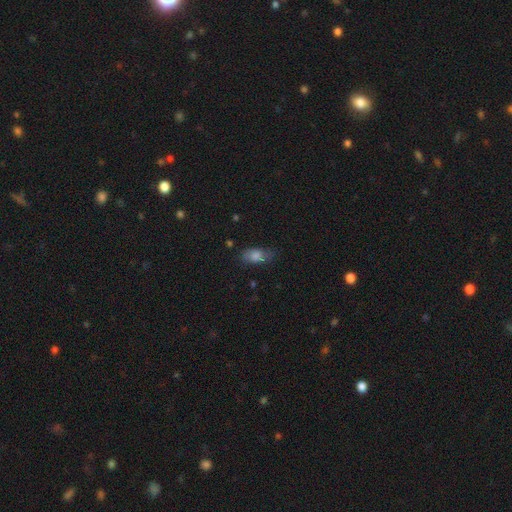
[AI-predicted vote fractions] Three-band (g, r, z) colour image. It shows a smooth galaxy with no disk features (68%) that is in between round and cigar-shaped (84%). Merging: none (62%).